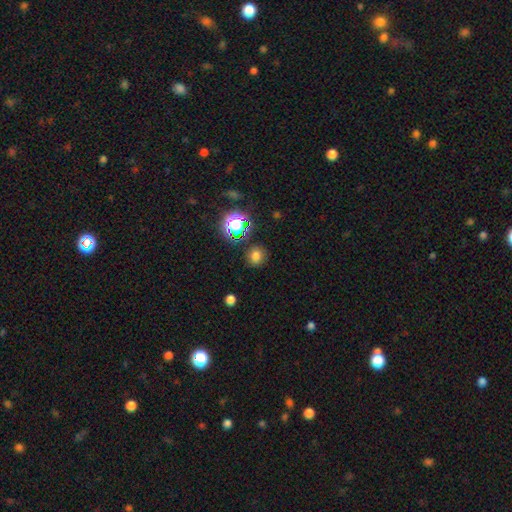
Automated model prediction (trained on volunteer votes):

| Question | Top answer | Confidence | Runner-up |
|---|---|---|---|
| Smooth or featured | smooth | 71% | star or artifact (23%) |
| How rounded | round | 78% | in between (21%) |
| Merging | none | 85% | minor disturbance (9%) |